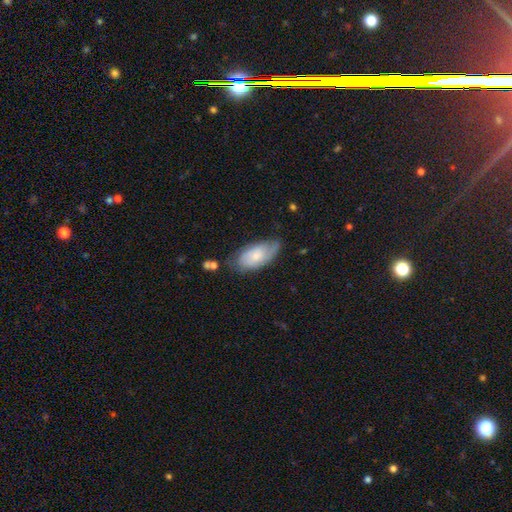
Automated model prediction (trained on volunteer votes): A smooth galaxy with no disk features (52%) that is in between round and cigar-shaped (91%).

Vote fractions:
- Smooth or featured? smooth: 52% / featured or disk: 41% / star or artifact: 7%
- How rounded? in between: 91% / cigar-shaped: 6% / round: 3%
- Merging? none: 57% / minor disturbance: 31% / major disturbance: 9% / merger: 3%